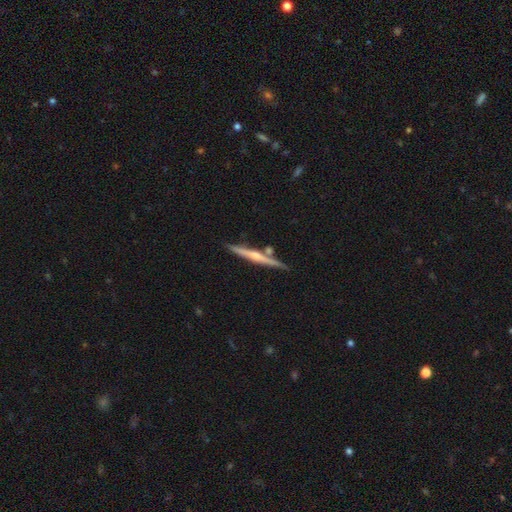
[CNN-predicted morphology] smooth-or-featured: featured or disk: 69% | smooth: 25% | star or artifact: 6%
  disk-edge-on: yes: 97% | no: 3%
    edge-on-bulge: rounded: 76% | none: 19% | boxy: 6%
  merging: none: 79% | minor disturbance: 10% | merger: 9% | major disturbance: 2%